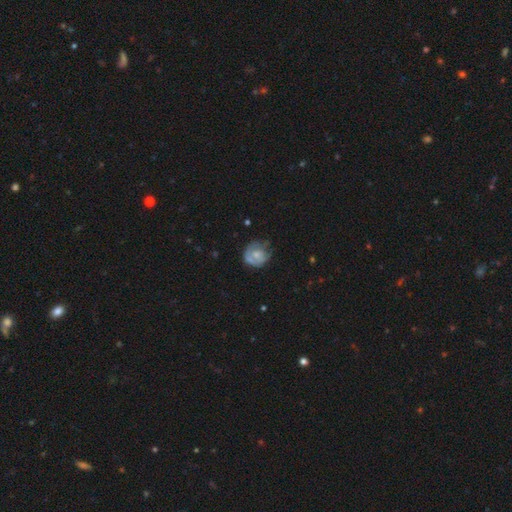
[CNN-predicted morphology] type=smooth (49%); merging=none (50%).